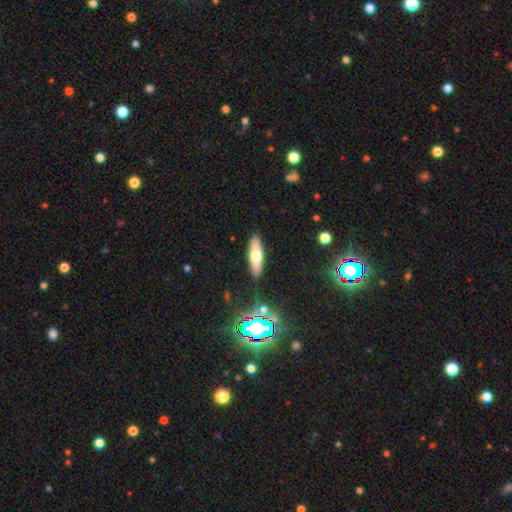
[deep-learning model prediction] Q: Smooth or featured?
A: smooth (59%); runner-up: featured or disk (32%)
Q: How rounded?
A: cigar-shaped (64%); runner-up: in between (34%)
Q: Merging?
A: none (88%); runner-up: minor disturbance (8%)